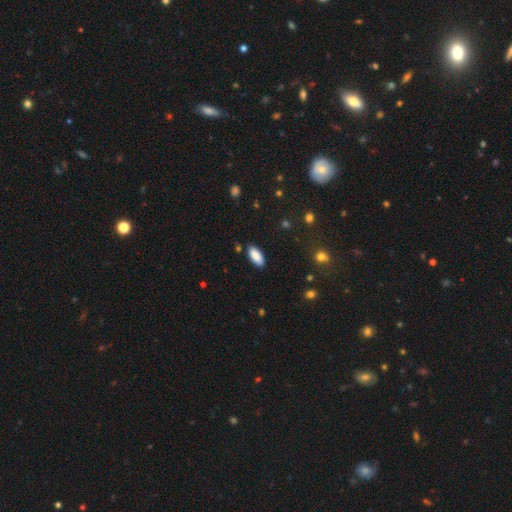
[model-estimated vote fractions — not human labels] Q: Smooth or featured?
A: smooth (88%); runner-up: star or artifact (6%)
Q: How rounded?
A: in between (85%); runner-up: cigar-shaped (13%)
Q: Merging?
A: none (87%); runner-up: minor disturbance (10%)